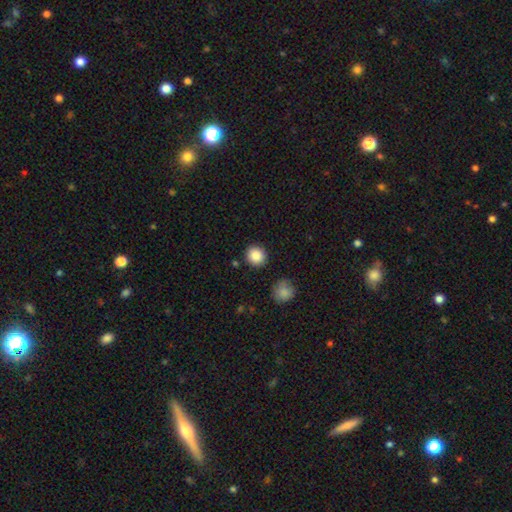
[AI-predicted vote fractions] Smooth or featured? smooth (87%)
How rounded? round (88%)
Merging? none (89%)